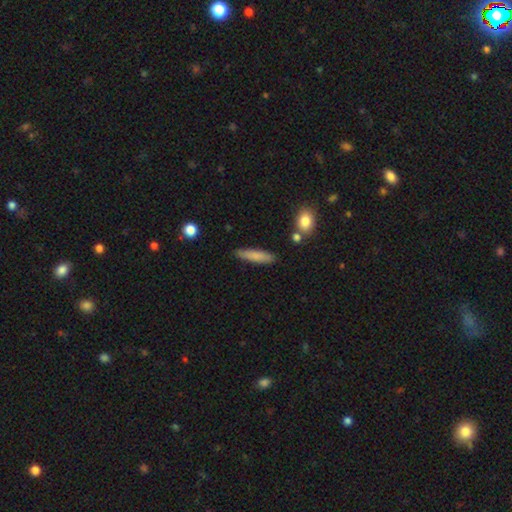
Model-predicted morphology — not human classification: smooth-or-featured: smooth: 79% | featured or disk: 14% | star or artifact: 6%
  how-rounded: cigar-shaped: 81% | in between: 17% | round: 2%
  merging: none: 85% | minor disturbance: 10% | merger: 3% | major disturbance: 2%